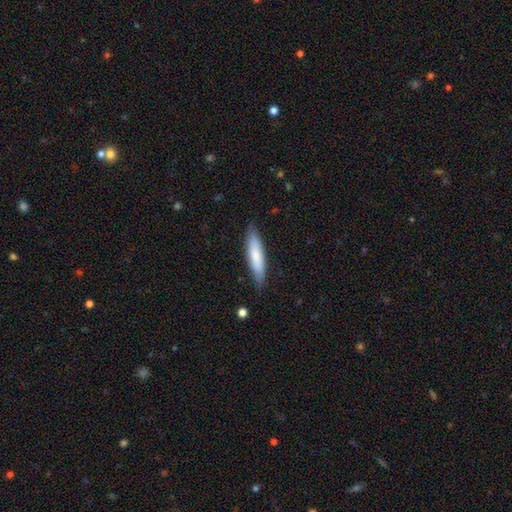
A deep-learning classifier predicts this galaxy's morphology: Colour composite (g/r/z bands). It shows a smooth galaxy with no disk features (74%) that is cigar-shaped (77%). Merging: none (85%).